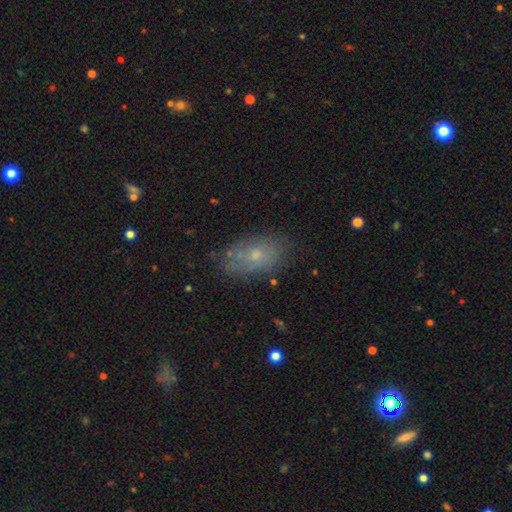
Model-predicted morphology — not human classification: A smooth galaxy with no disk features (60%) that is in between round and cigar-shaped (89%).

Vote fractions:
- Smooth or featured? smooth: 60% / featured or disk: 29% / star or artifact: 11%
- How rounded? in between: 89% / round: 8% / cigar-shaped: 3%
- Merging? none: 74% / minor disturbance: 18% / major disturbance: 5% / merger: 2%